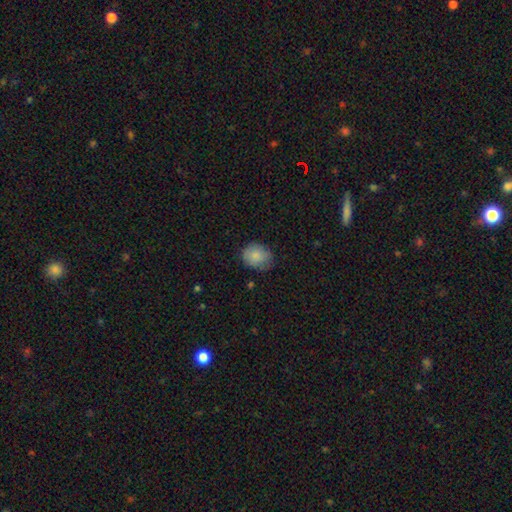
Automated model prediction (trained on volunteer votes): The model was most divided on "how rounded": round: 60%, in between: 39%, cigar-shaped: 1%. More confident: smooth or featured — smooth (84%); merging — none (68%).